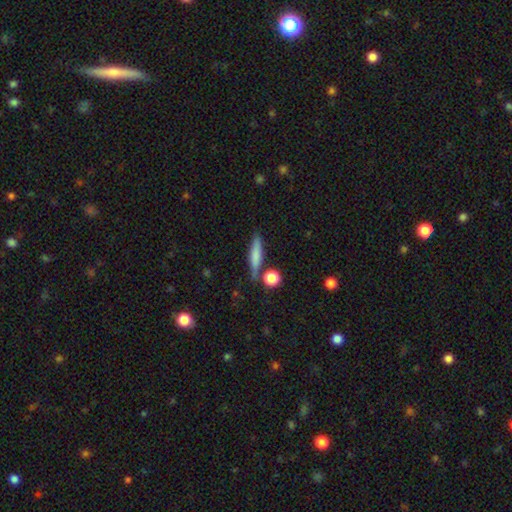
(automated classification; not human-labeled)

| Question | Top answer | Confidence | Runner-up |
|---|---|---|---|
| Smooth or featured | smooth | 70% | featured or disk (22%) |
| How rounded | cigar-shaped | 79% | in between (17%) |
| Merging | none | 75% | minor disturbance (12%) |